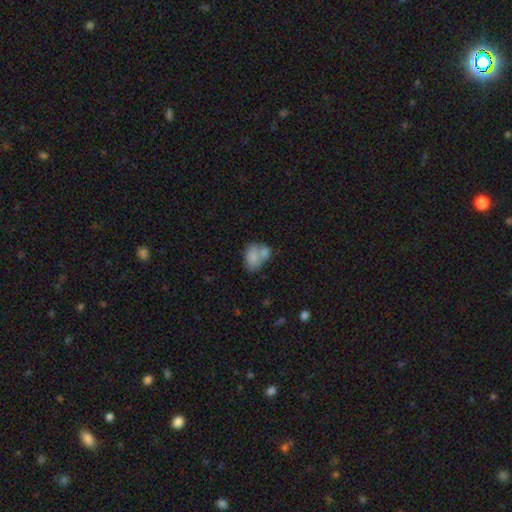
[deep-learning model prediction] Smooth or featured?
  - smooth: 77% *
  - featured or disk: 15%
  - star or artifact: 8%
How rounded?
  - in between: 75% *
  - round: 23%
  - cigar-shaped: 1%
Merging?
  - merger: 56% *
  - none: 26%
  - minor disturbance: 12%
  - major disturbance: 6%